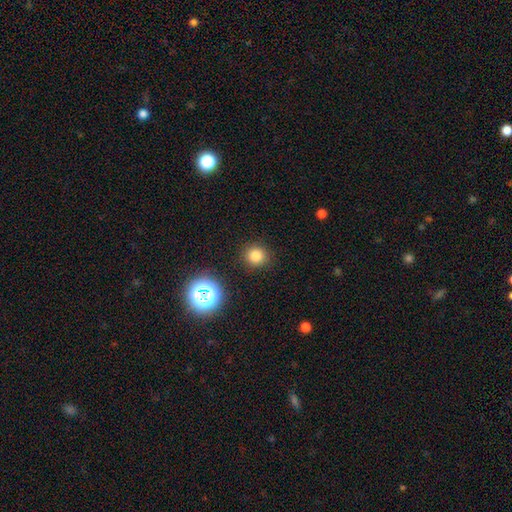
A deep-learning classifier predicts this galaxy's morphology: smooth_or_featured: smooth (p=0.78) [alt: star or artifact p=0.16]
how_rounded: round (p=0.92) [alt: in between p=0.07]
merging: none (p=0.90) [alt: minor disturbance p=0.06]